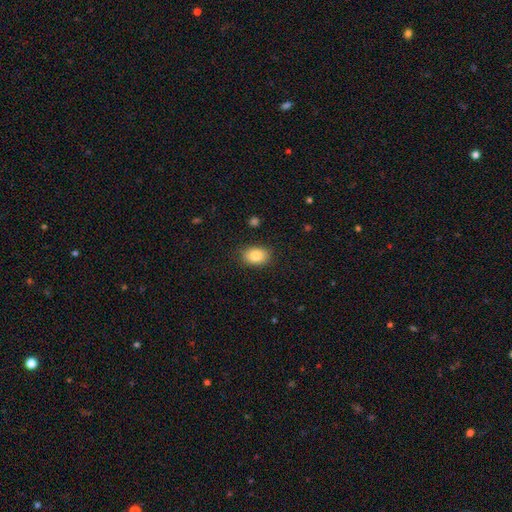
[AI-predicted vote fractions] Smooth or featured: smooth — 85% (star or artifact — 8%)
How rounded: in between — 82% (round — 17%)
Merging: none — 86% (minor disturbance — 10%)